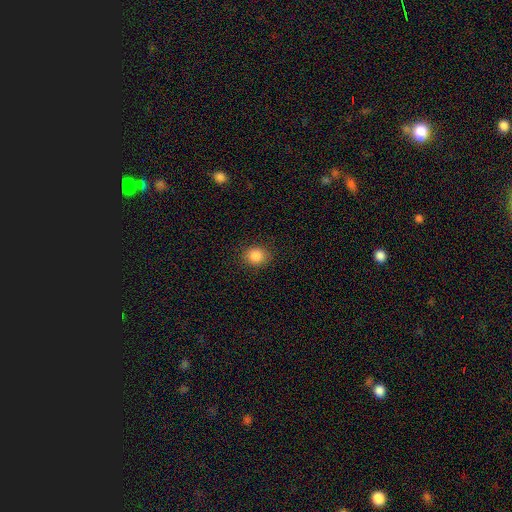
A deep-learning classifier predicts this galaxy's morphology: Smooth or featured: smooth — 86% (star or artifact — 10%)
How rounded: round — 73% (in between — 26%)
Merging: none — 88% (minor disturbance — 9%)